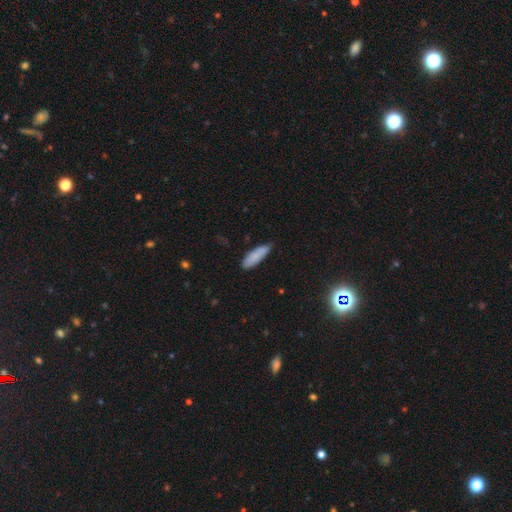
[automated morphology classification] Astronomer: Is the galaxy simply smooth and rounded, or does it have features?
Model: smooth — 84%.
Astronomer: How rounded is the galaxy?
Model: in between — 56% (runner-up: cigar-shaped, 43%).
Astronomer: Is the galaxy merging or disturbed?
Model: none — 70%.